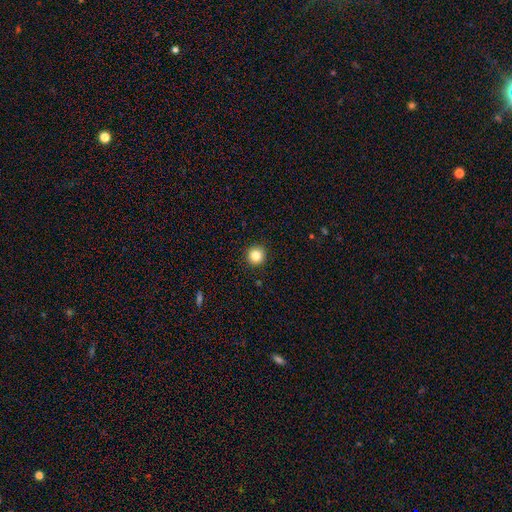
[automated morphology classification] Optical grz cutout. It shows a smooth galaxy with no disk features (84%) that is round (95%). Merging: none (93%).